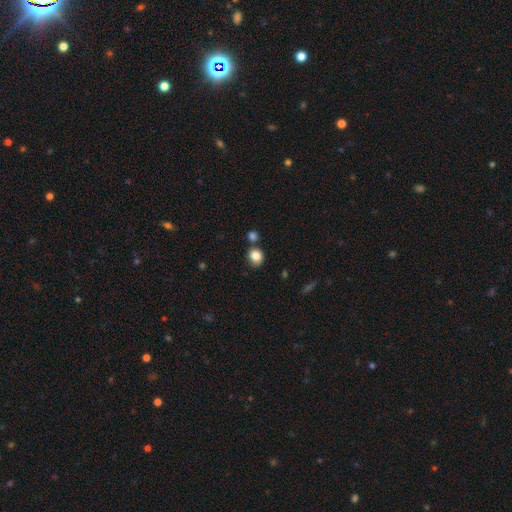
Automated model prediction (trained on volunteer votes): This is clearly a smooth galaxy (84%). How rounded: likely round (73%). Merging: likely none (68%).